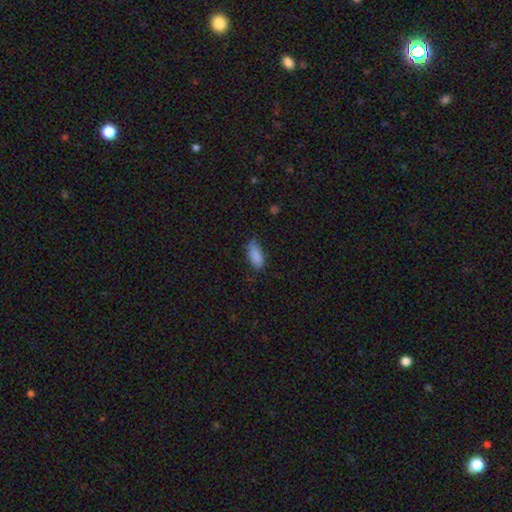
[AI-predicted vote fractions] Smooth or featured? Predicted: smooth (p=0.87). How rounded? Predicted: in between (p=0.86). Merging? Predicted: none (p=0.64).